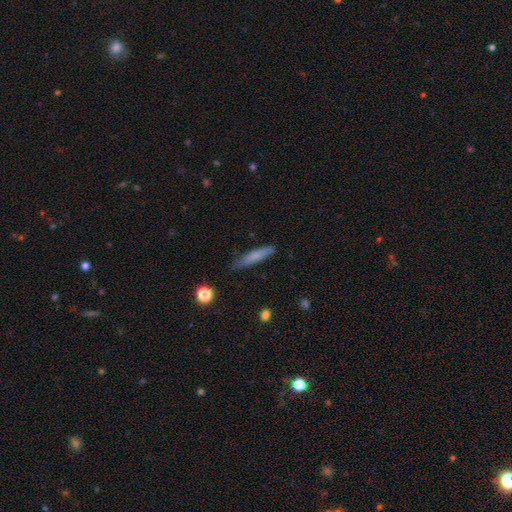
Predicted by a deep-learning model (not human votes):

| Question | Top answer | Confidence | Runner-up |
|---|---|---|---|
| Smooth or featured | smooth | 69% | featured or disk (24%) |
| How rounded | cigar-shaped | 89% | in between (9%) |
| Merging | none | 78% | minor disturbance (17%) |